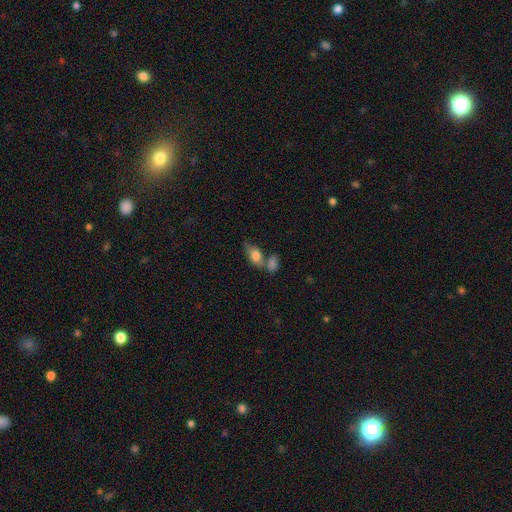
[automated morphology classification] This is likely a smooth galaxy (74%). How rounded: clearly in between (84%). Merging: marginally none (39%, tied with merger).